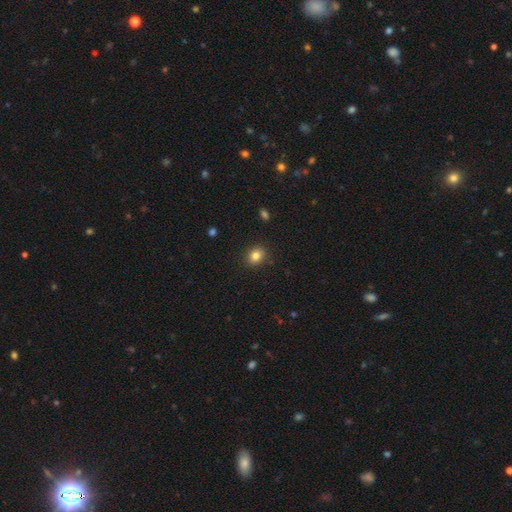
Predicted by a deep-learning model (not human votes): Smooth or featured? smooth (83%)
How rounded? round (64%)
Merging? none (89%)